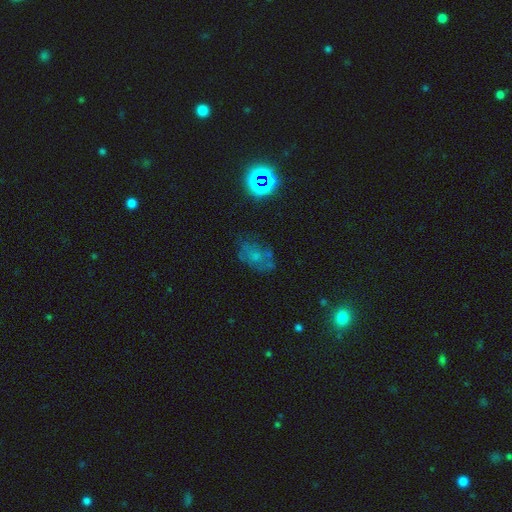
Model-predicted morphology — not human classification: This is marginally a smooth galaxy (37%). Merging: possibly none (55%).